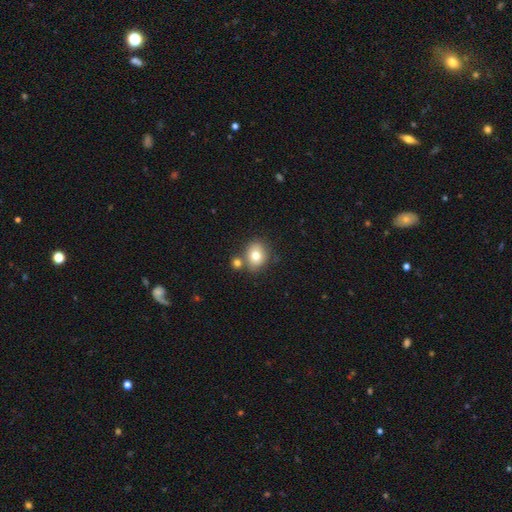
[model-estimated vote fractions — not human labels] Smooth or featured: smooth — 77% (featured or disk — 13%)
How rounded: round — 56% (in between — 43%)
Merging: none — 64% (merger — 20%)